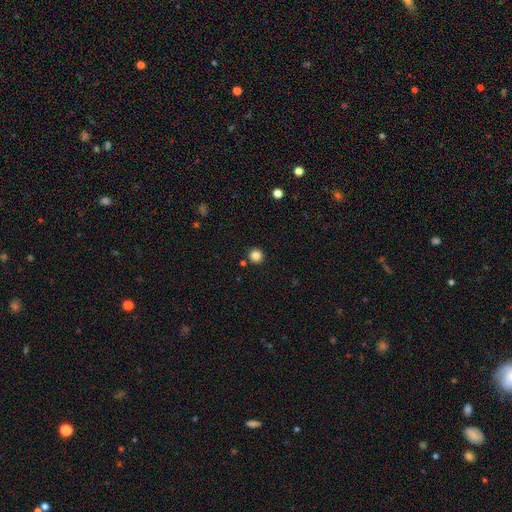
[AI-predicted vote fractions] A smooth galaxy with no disk features (84%) that is round (96%).

Vote fractions:
- Smooth or featured? smooth: 84% / star or artifact: 12% / featured or disk: 5%
- How rounded? round: 96% / in between: 4% / cigar-shaped: 1%
- Merging? none: 91% / minor disturbance: 5% / merger: 3% / major disturbance: 2%